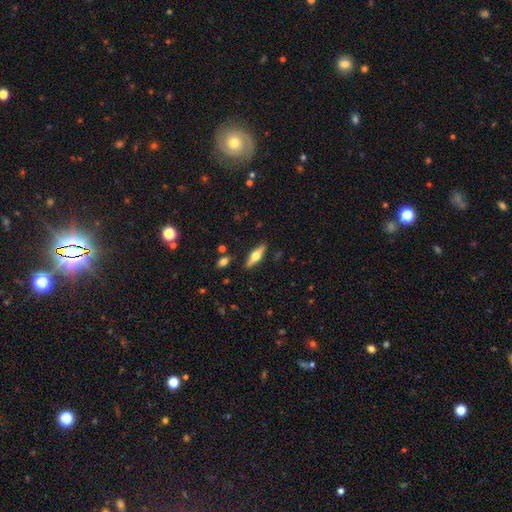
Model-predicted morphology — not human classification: A featured or disk galaxy (59%) viewed edge-on (93%) with a rounded central bulge (95%). Merging: none (88%).